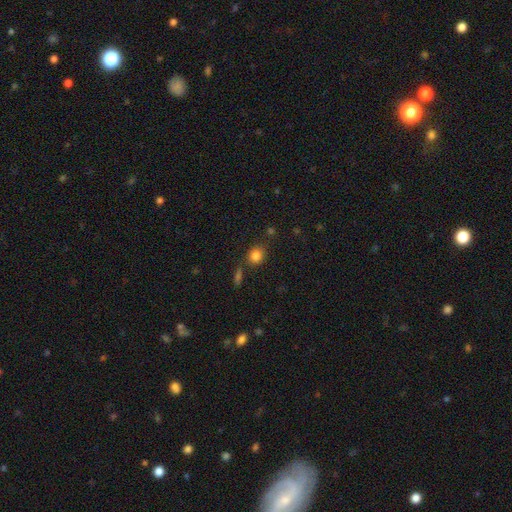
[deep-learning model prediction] Smooth or featured: smooth — 83% (star or artifact — 11%)
How rounded: round — 69% (in between — 30%)
Merging: none — 74% (minor disturbance — 13%)